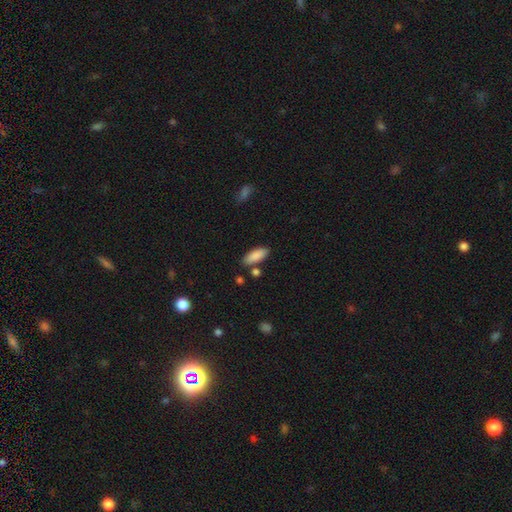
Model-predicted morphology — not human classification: Smooth or featured? smooth (88%)
How rounded? in between (77%)
Merging? none (79%)